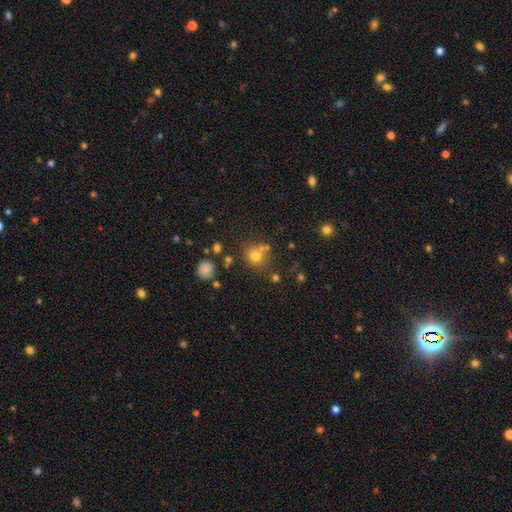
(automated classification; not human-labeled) This appears to be a smooth galaxy with no disk features (72%) that is round (87%). Merging: none (65%).